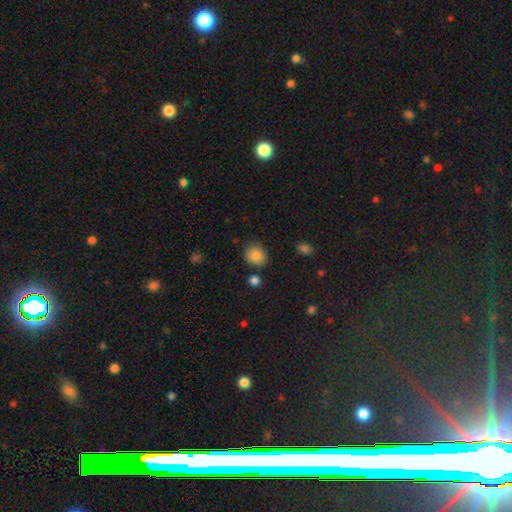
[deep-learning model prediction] Smooth or featured? Predicted: smooth (p=0.85). How rounded? Predicted: round (p=0.69). Merging? Predicted: none (p=0.78).